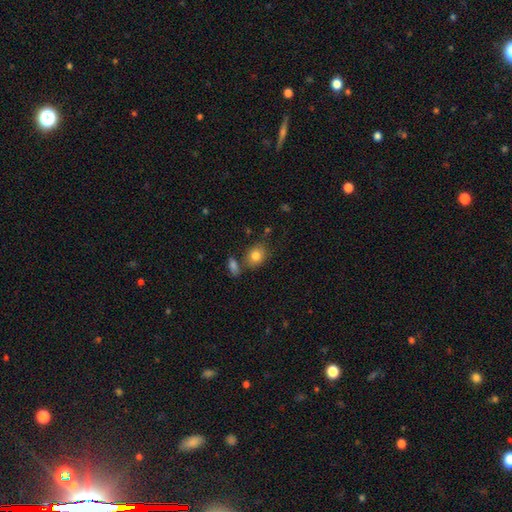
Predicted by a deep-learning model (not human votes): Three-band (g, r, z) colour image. It shows a smooth galaxy with no disk features (82%) that is in between round and cigar-shaped (51%). Merging: none (69%).